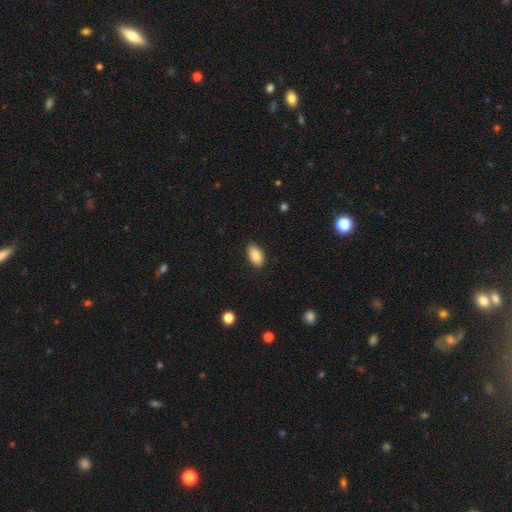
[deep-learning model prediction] Smooth or featured? Predicted: smooth (p=0.87). How rounded? Predicted: in between (p=0.93). Merging? Predicted: none (p=0.86).